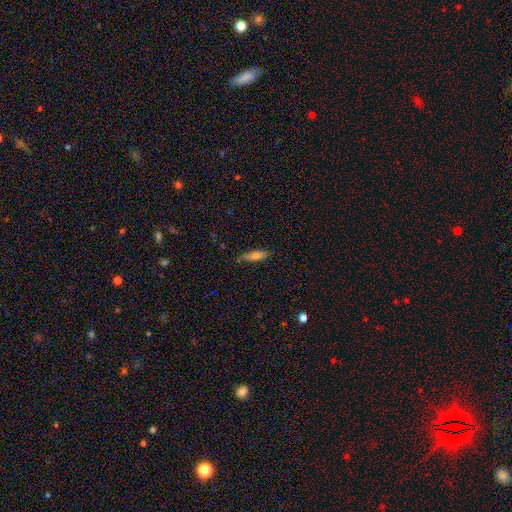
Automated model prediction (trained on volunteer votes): smooth 70%, featured or disk 22%, star or artifact 8%. Down the decision tree: how rounded — cigar-shaped (56%); merging — none (77%).